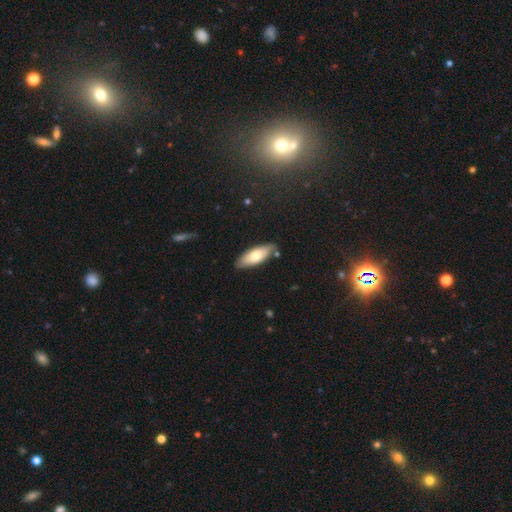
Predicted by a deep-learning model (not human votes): Q: Smooth or featured?
A: smooth (71%); runner-up: featured or disk (23%)
Q: How rounded?
A: in between (68%); runner-up: cigar-shaped (30%)
Q: Merging?
A: none (82%); runner-up: minor disturbance (13%)